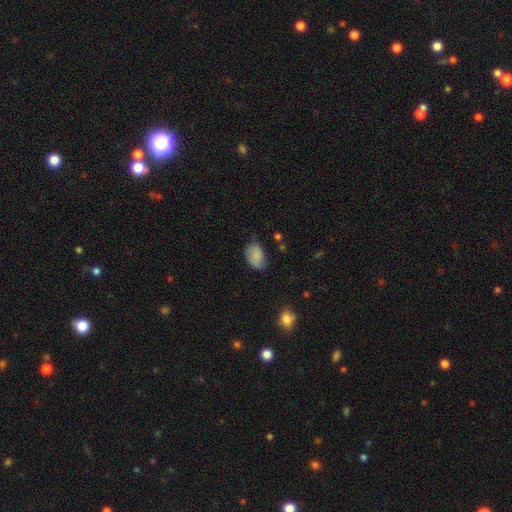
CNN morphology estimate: Smooth or featured? smooth (80%)
How rounded? in between (86%)
Merging? none (67%)